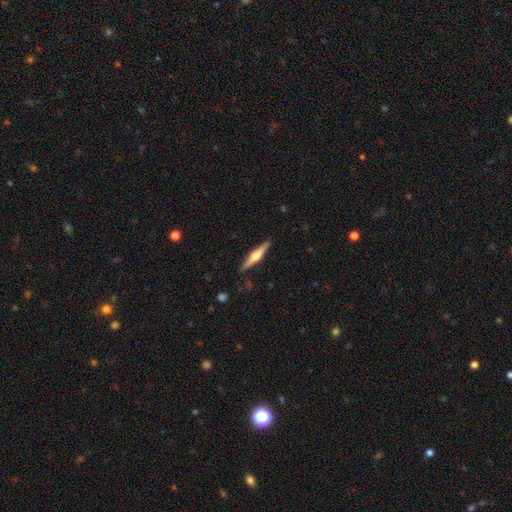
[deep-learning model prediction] featured or disk 66%, smooth 28%, star or artifact 5%. Down the decision tree: edge-on disk — yes (98%); edge-on bulge — rounded (89%); merging — none (90%).